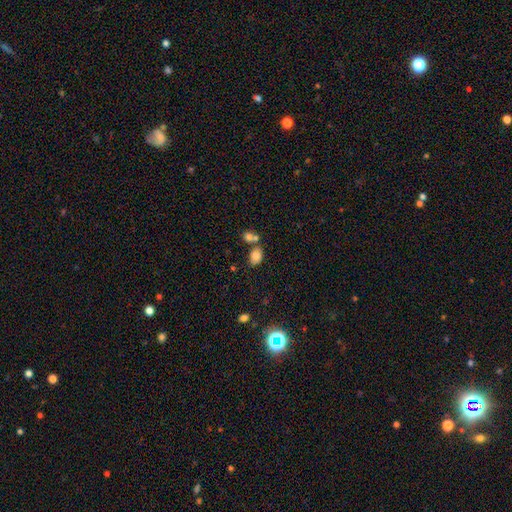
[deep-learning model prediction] Overall: smooth (80%). How rounded: in between (79%). Merging: none (54%; merger 30%).